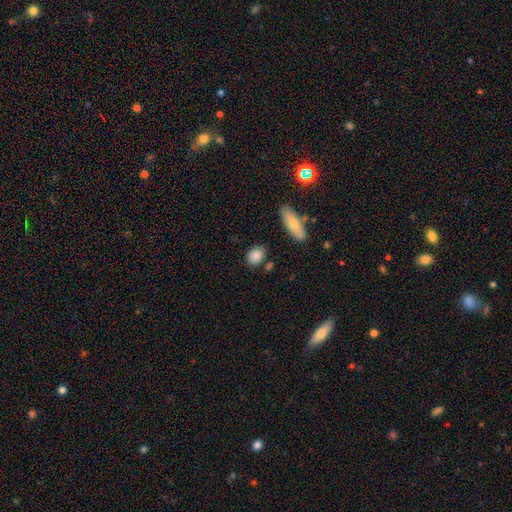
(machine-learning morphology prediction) This appears to be a smooth galaxy with no disk features (86%) that is in between round and cigar-shaped (61%). Merging: none (76%).